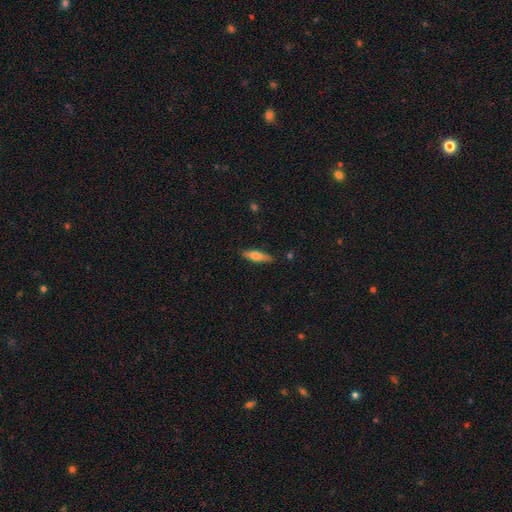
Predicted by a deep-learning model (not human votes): This appears to be a smooth galaxy with no disk features (64%) that is cigar-shaped (66%). Merging: none (84%).